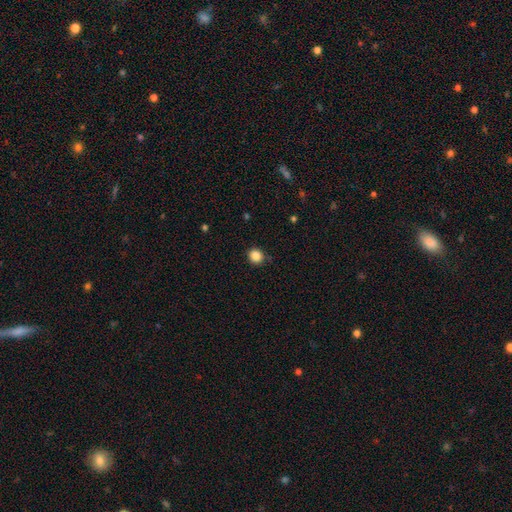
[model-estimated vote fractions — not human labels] The model was most divided on "how rounded": round: 87%, in between: 12%, cigar-shaped: 1%. More confident: merging — none (87%); smooth or featured — smooth (86%).